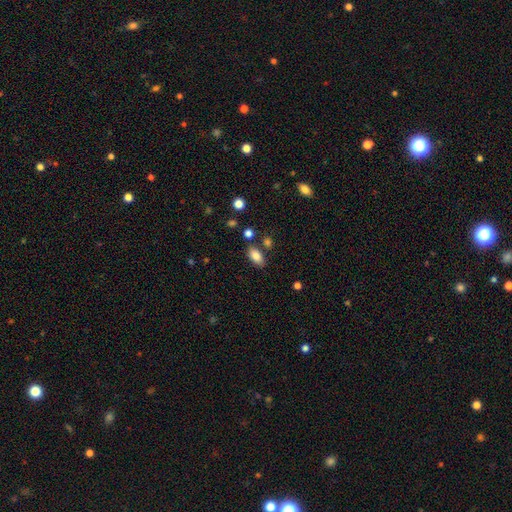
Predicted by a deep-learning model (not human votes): The model was most divided on "merging": none: 79%, minor disturbance: 12%, merger: 6%, major disturbance: 3%. More confident: how rounded — in between (90%); smooth or featured — smooth (84%).